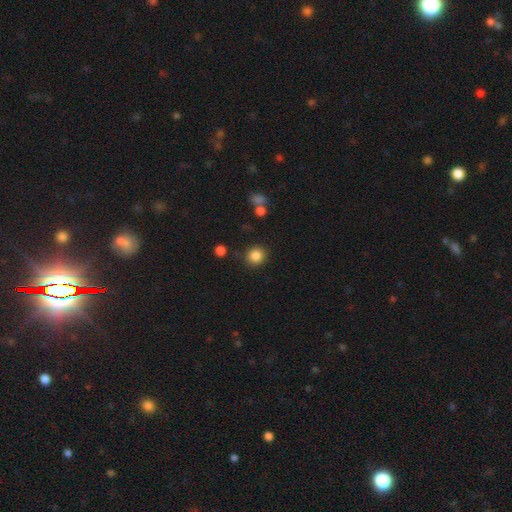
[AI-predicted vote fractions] The model was most divided on "smooth or featured": smooth: 85%, star or artifact: 11%, featured or disk: 4%. More confident: how rounded — round (87%); merging — none (85%).